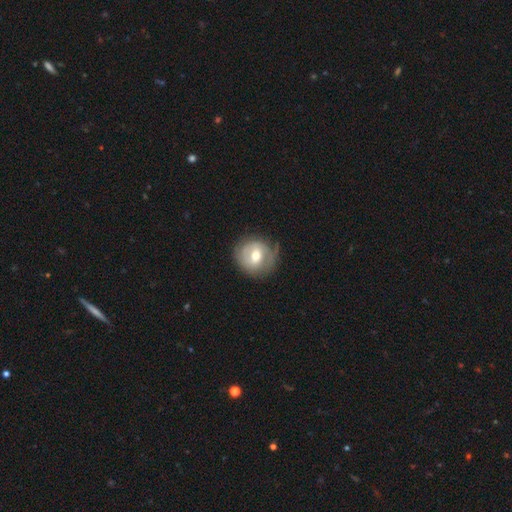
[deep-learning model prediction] Smooth or featured? featured or disk (49%)
Merging? none (64%)